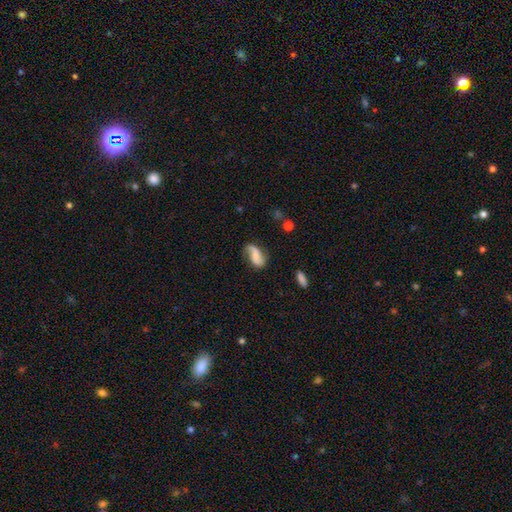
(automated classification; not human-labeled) Q: Smooth or featured?
A: featured or disk (59%); runner-up: smooth (32%)
Q: Edge-on disk?
A: no (96%); runner-up: yes (4%)
Q: Bar?
A: no (45%); runner-up: weak (34%)
Q: Spiral arms?
A: yes (92%); runner-up: no (8%)
Q: Spiral winding?
A: loose (66%); runner-up: medium (25%)
Q: Spiral arm count?
A: 2 (76%); runner-up: 1 (18%)
Q: Bulge size?
A: none (57%); runner-up: small (17%)
Q: Merging?
A: none (61%); runner-up: minor disturbance (23%)